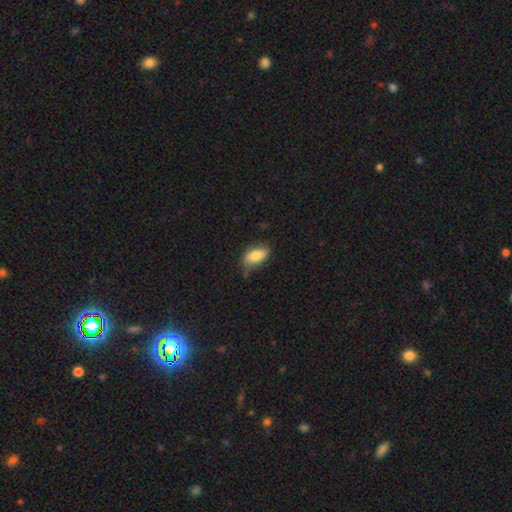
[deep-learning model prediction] Smooth or featured: smooth — 80% (featured or disk — 13%)
How rounded: in between — 91% (cigar-shaped — 5%)
Merging: none — 66% (minor disturbance — 26%)